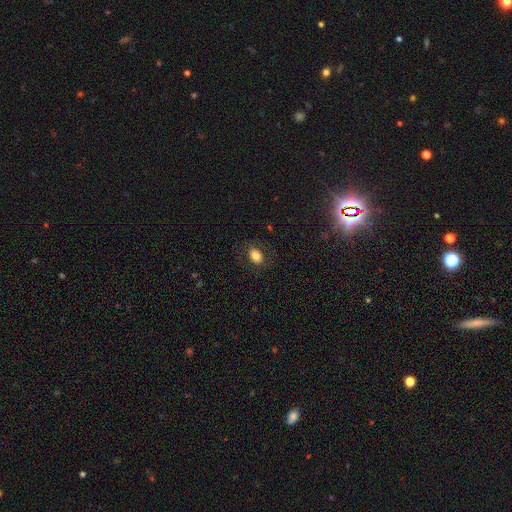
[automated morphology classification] smooth-or-featured: smooth: 79% | featured or disk: 12% | star or artifact: 9%
  how-rounded: in between: 76% | round: 22% | cigar-shaped: 1%
  merging: none: 82% | minor disturbance: 11% | major disturbance: 6% | merger: 1%